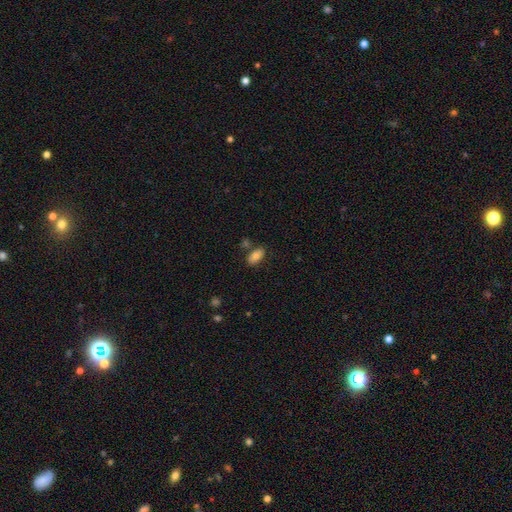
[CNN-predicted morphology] The model was most divided on "merging": none: 77%, minor disturbance: 12%, merger: 8%, major disturbance: 3%. More confident: how rounded — in between (92%); smooth or featured — smooth (82%).